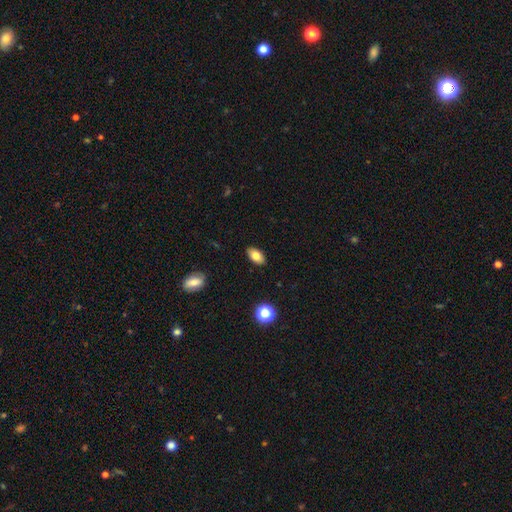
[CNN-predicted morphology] Overall: smooth (80%). How rounded: in between (91%). Merging: none (89%).